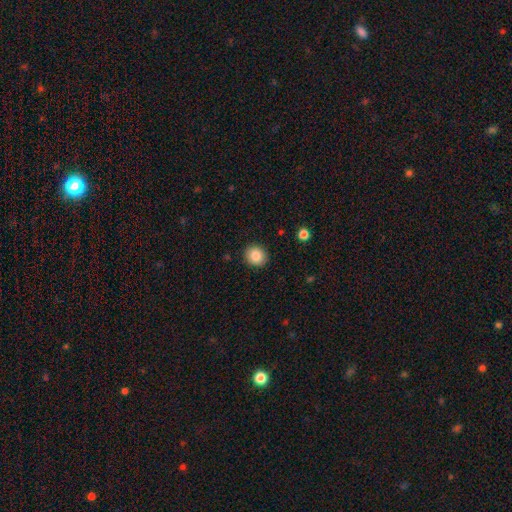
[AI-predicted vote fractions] This is clearly a smooth galaxy (85%). How rounded: clearly round (82%). Merging: clearly none (91%).